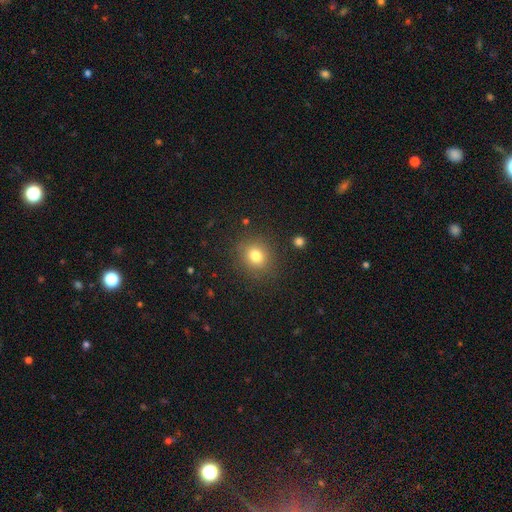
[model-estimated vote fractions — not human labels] A smooth galaxy with no disk features (78%) that is round (81%).

Vote fractions:
- Smooth or featured? smooth: 78% / star or artifact: 14% / featured or disk: 8%
- How rounded? round: 81% / in between: 18% / cigar-shaped: 1%
- Merging? none: 86% / minor disturbance: 9% / major disturbance: 3% / merger: 2%